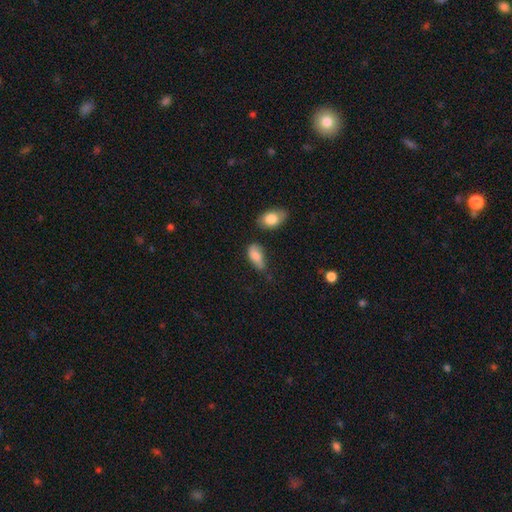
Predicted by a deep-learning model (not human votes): A smooth galaxy with no disk features (80%) that is in between round and cigar-shaped (87%). Merging: none (42%).